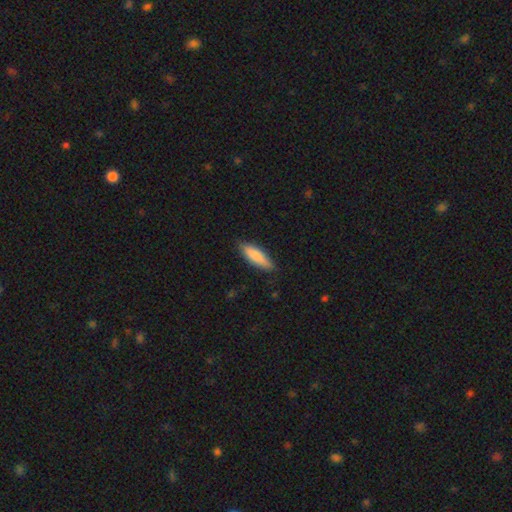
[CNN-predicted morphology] This is clearly a smooth galaxy (84%). How rounded: possibly cigar-shaped (54%). Merging: clearly none (84%).